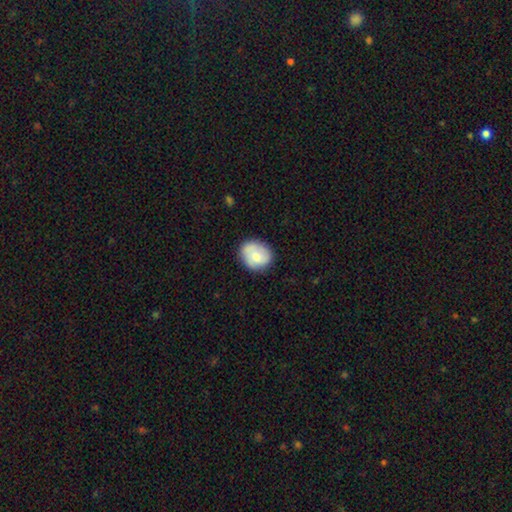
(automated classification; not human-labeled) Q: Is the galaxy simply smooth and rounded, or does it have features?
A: smooth — 69%.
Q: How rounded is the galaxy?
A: round — 60%.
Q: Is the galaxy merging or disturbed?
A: none — 74%.